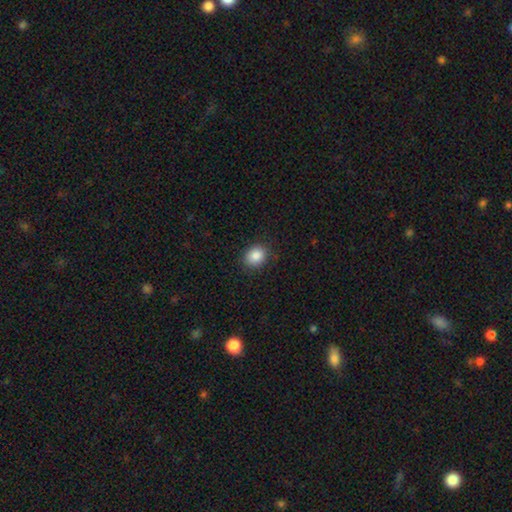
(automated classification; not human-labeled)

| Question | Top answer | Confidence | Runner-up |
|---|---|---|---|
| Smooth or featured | smooth | 86% | star or artifact (9%) |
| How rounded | round | 60% | in between (39%) |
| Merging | none | 87% | minor disturbance (9%) |